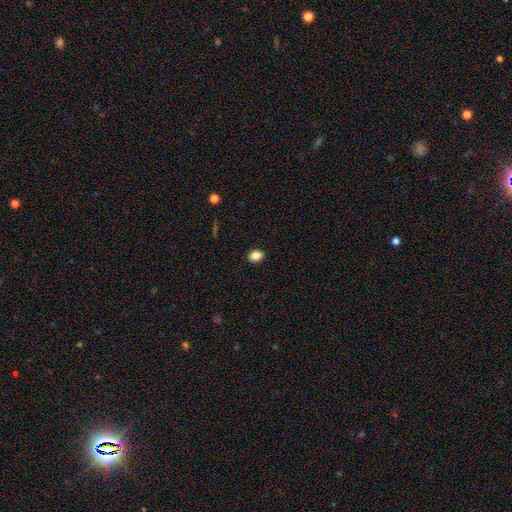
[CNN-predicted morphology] A smooth galaxy with no disk features (86%) that is in between round and cigar-shaped (60%). Merging: none (90%).